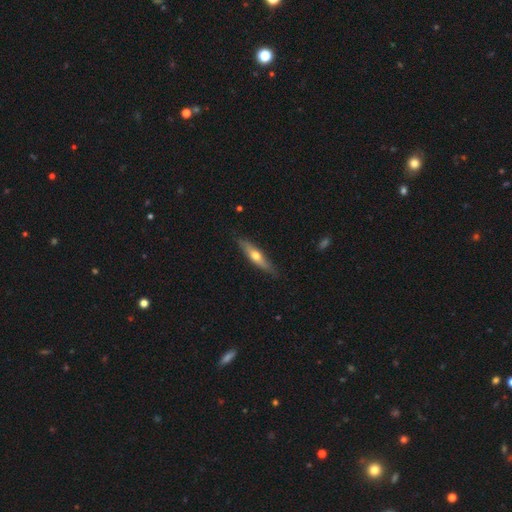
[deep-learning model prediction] The model was most divided on "smooth or featured": featured or disk: 48%, smooth: 47%, star or artifact: 5%. More confident: merging — none (84%).